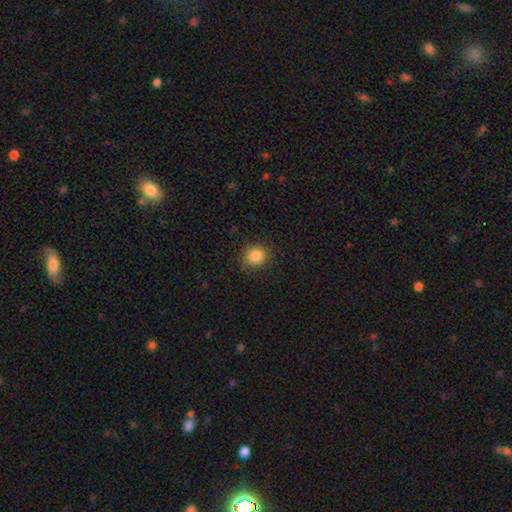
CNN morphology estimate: This appears to be a smooth galaxy with no disk features (86%) that is round (81%). Merging: none (86%).